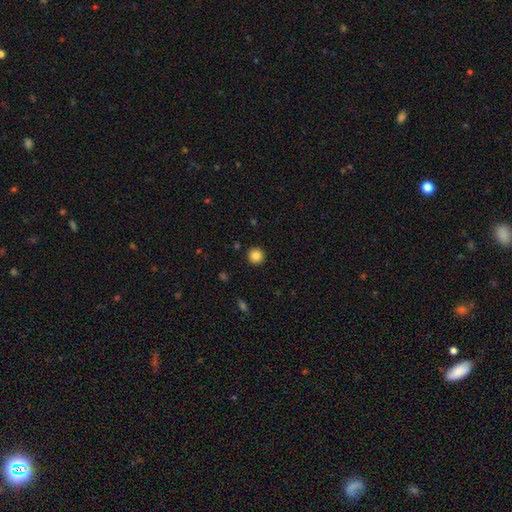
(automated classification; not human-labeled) A smooth galaxy with no disk features (85%) that is round (95%).

Vote fractions:
- Smooth or featured? smooth: 85% / star or artifact: 10% / featured or disk: 5%
- How rounded? round: 95% / in between: 4% / cigar-shaped: 1%
- Merging? none: 92% / minor disturbance: 5% / major disturbance: 2% / merger: 1%